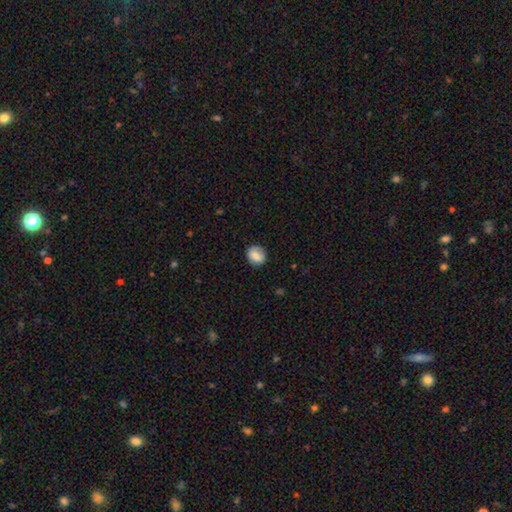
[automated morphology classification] Smooth or featured? Predicted: smooth (p=0.76). How rounded? Predicted: round (p=0.79). Merging? Predicted: none (p=0.85).